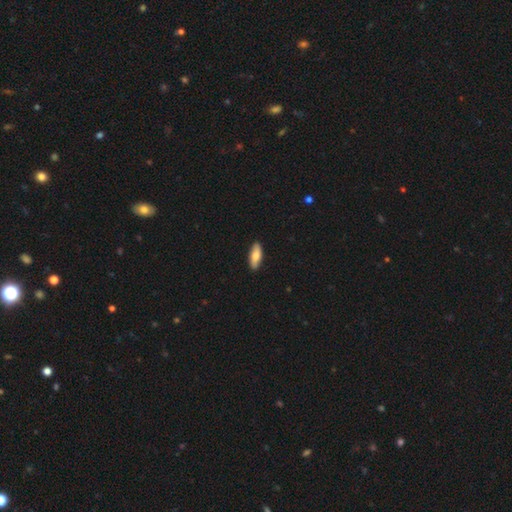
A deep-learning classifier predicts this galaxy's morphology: Smooth or featured? Predicted: smooth (p=0.75). How rounded? Predicted: in between (p=0.67). Merging? Predicted: none (p=0.89).